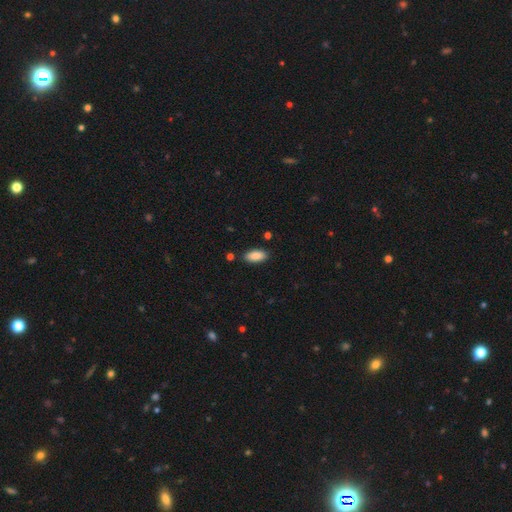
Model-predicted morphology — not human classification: This appears to be a smooth galaxy with no disk features (88%) that is in between round and cigar-shaped (89%). Merging: none (85%).